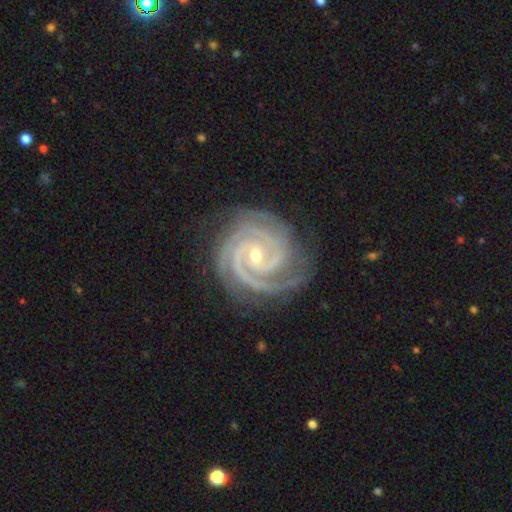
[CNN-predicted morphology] Overall: featured or disk (94%). Edge-on disk: no (98%). Bar: no (51%; weak 33%). Spiral arms: yes (99%). Spiral arm count: 3 (42%; 2 30%). Spiral winding: tight (80%). Bulge size: small (61%; moderate 36%). Merging: none (79%).